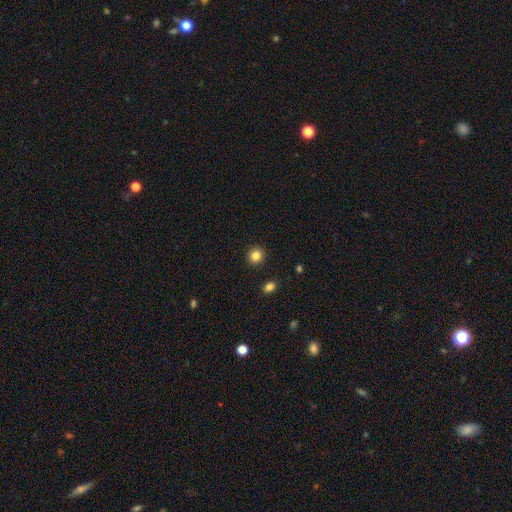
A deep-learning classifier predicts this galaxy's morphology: smooth 84%, star or artifact 11%, featured or disk 5%. Down the decision tree: how rounded — round (91%); merging — none (92%).